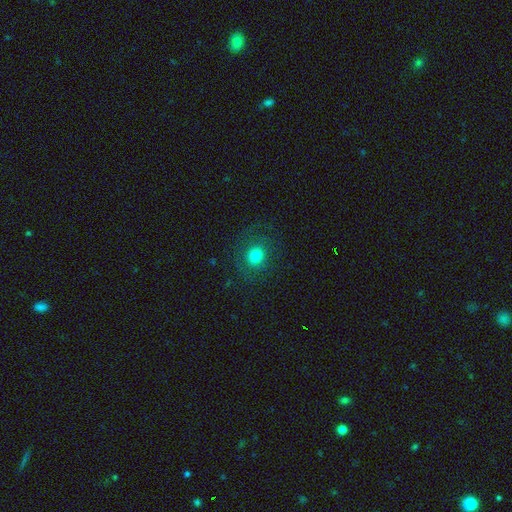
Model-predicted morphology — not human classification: This appears to be a smooth galaxy with no disk features (74%) that is round (80%). Merging: none (81%).